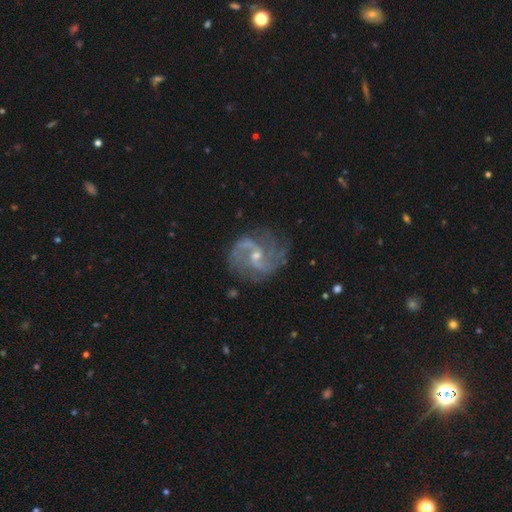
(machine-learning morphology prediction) The model was most divided on "spiral winding": medium: 45%, loose: 41%, tight: 13%. More confident: edge-on disk — no (98%); spiral arms — yes (96%); smooth or featured — featured or disk (88%); spiral arm count — 2 (77%); merging — none (70%); bulge size — small (59%); bar — weak (50%).